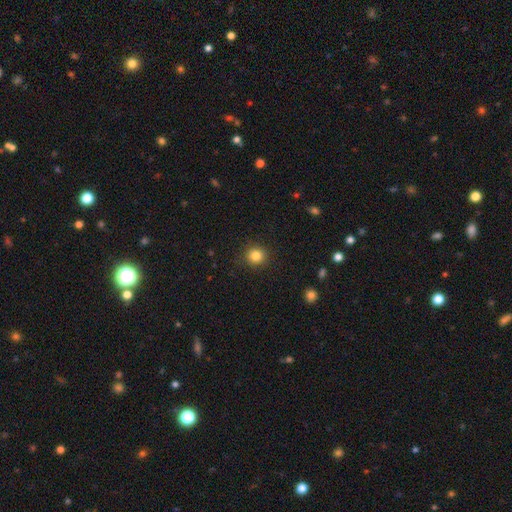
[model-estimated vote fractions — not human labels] A smooth galaxy with no disk features (84%) that is round (90%).

Vote fractions:
- Smooth or featured? smooth: 84% / star or artifact: 11% / featured or disk: 5%
- How rounded? round: 90% / in between: 9% / cigar-shaped: 1%
- Merging? none: 90% / minor disturbance: 7% / major disturbance: 2% / merger: 1%